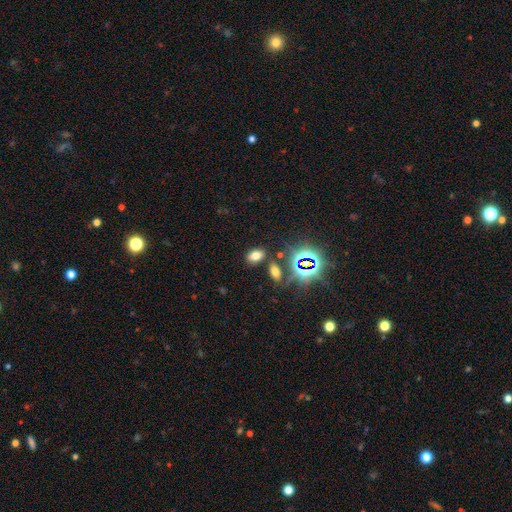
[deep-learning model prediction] Smooth or featured: smooth — 66% (star or artifact — 25%)
How rounded: in between — 87% (round — 11%)
Merging: none — 80% (minor disturbance — 9%)